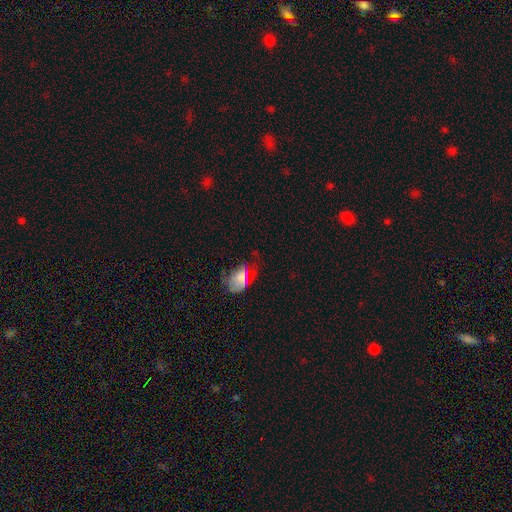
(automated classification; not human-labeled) Smooth or featured?
  - smooth: 56% *
  - star or artifact: 24%
  - featured or disk: 21%
How rounded?
  - in between: 77% *
  - round: 19%
  - cigar-shaped: 4%
Merging?
  - none: 45% *
  - minor disturbance: 27%
  - major disturbance: 24%
  - merger: 4%